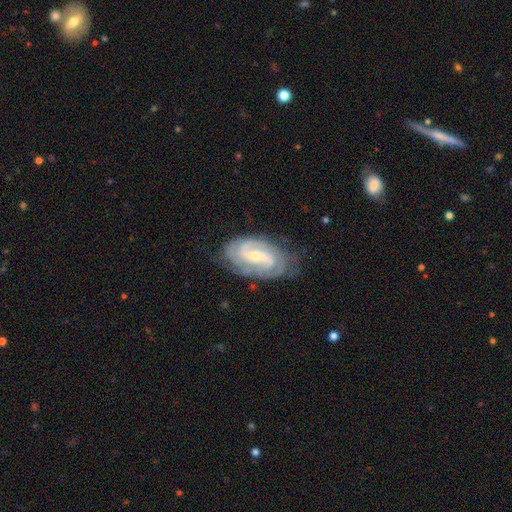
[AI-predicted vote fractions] Smooth or featured?
  - featured or disk: 86% *
  - smooth: 8%
  - star or artifact: 5%
Edge-on disk?
  - no: 96% *
  - yes: 4%
Bar?
  - weak: 48% *
  - no: 28%
  - strong: 25%
Spiral arms?
  - yes: 96% *
  - no: 4%
Spiral winding?
  - tight: 54% *
  - medium: 36%
  - loose: 10%
Spiral arm count?
  - 2: 52% *
  - can't tell: 20%
  - 3: 15%
  - 4: 6%
  - 1: 4%
  - more than 4: 4%
Bulge size?
  - small: 69% *
  - moderate: 27%
  - none: 2%
  - large: 1%
  - dominant: 1%
Merging?
  - none: 75% *
  - minor disturbance: 18%
  - major disturbance: 5%
  - merger: 1%